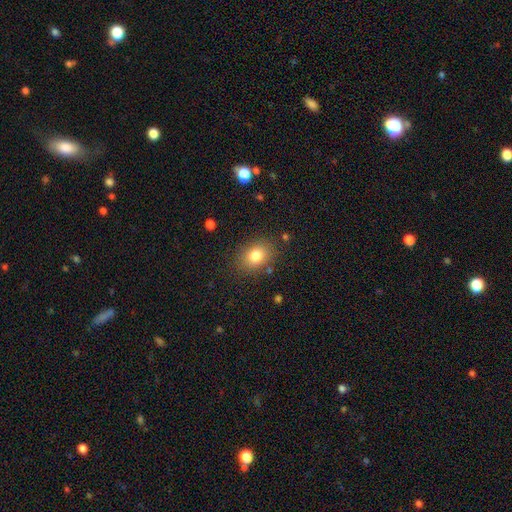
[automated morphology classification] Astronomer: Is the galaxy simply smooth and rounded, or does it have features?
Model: smooth — 81%.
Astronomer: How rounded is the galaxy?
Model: in between — 64%.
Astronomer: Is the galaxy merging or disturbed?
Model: none — 83%.